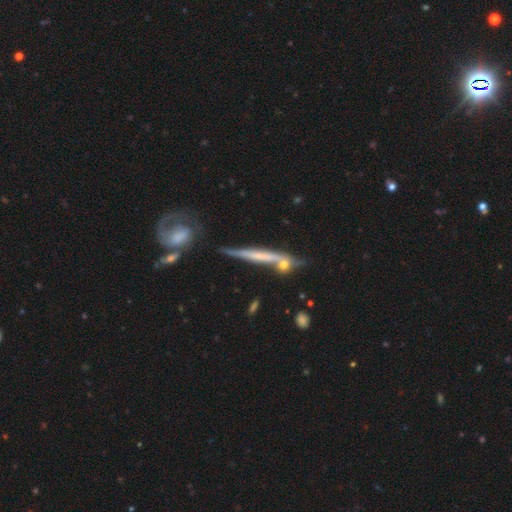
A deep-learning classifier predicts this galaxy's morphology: The model was most divided on "smooth or featured": featured or disk: 55%, smooth: 38%, star or artifact: 7%. More confident: edge-on disk — yes (90%); merging — none (58%).